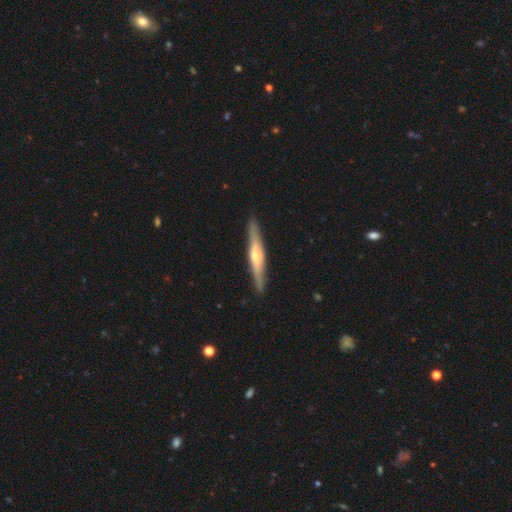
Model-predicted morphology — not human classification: This is likely a featured or disk galaxy (66%). It is clearly viewed edge-on (96%). Edge-on bulge: likely rounded (73%). Merging: clearly none (90%).